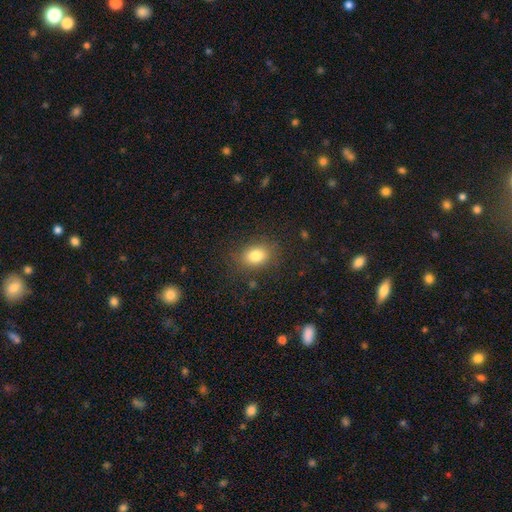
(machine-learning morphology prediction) Smooth or featured: smooth — 82% (star or artifact — 10%)
How rounded: in between — 68% (round — 31%)
Merging: none — 81% (minor disturbance — 13%)